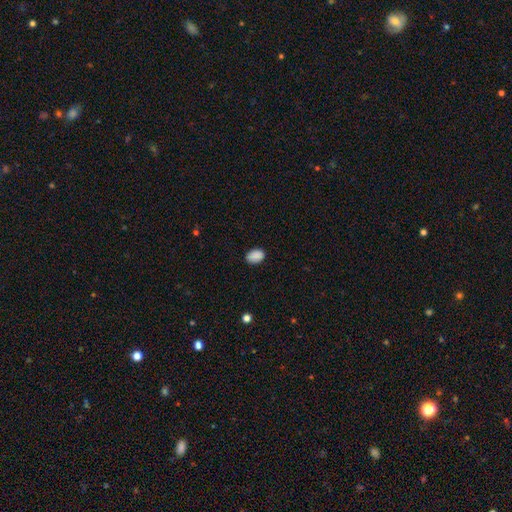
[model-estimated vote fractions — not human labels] Smooth or featured: smooth — 89% (star or artifact — 8%)
How rounded: in between — 85% (round — 14%)
Merging: none — 84% (minor disturbance — 13%)